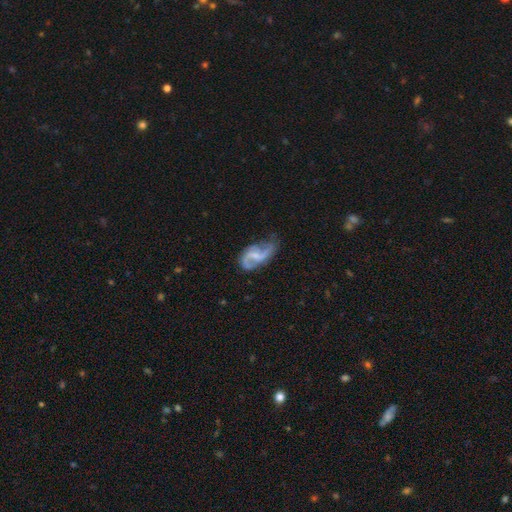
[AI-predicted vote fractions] Smooth or featured? featured or disk (81%)
Edge-on disk? no (97%)
Bar? weak (52%)
Spiral arms? yes (92%)
Spiral winding? loose (60%)
Spiral arm count? 2 (86%)
Bulge size? small (52%)
Merging? none (48%)